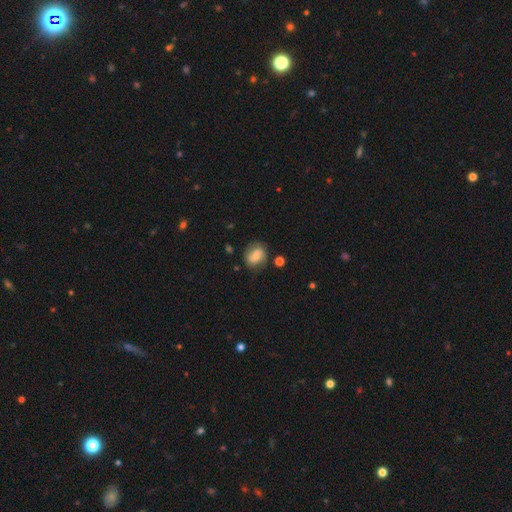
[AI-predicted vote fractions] A smooth galaxy with no disk features (55%) that is round (49%, tied with in between). Merging: none (65%).